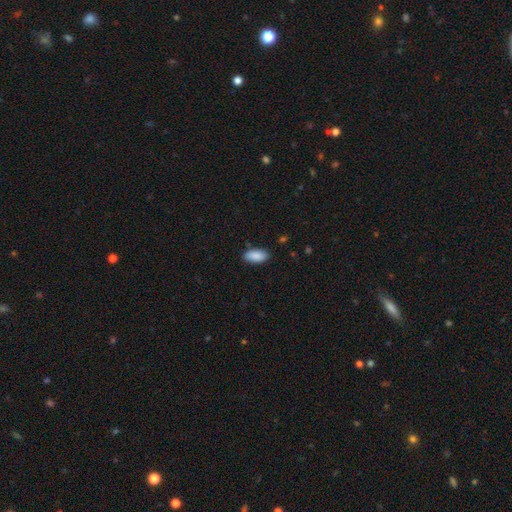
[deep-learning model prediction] Overall: smooth (89%). How rounded: in between (92%). Merging: none (86%).